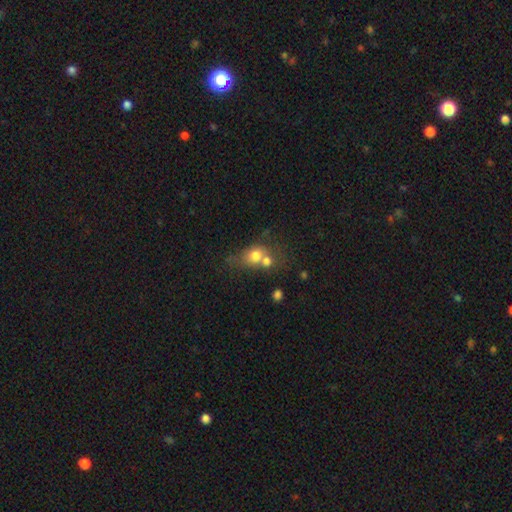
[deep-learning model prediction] Morphology: type=smooth (71%); roundness=round (57%); merging=merger (55%).